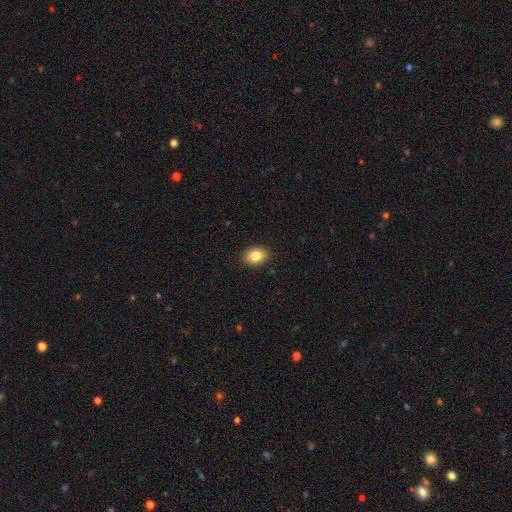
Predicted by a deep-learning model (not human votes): This appears to be a smooth galaxy with no disk features (86%) that is in between round and cigar-shaped (68%). Merging: none (89%).